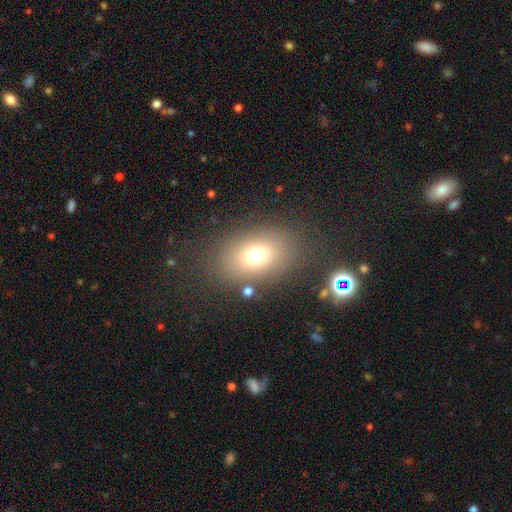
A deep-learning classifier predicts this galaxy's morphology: Q: Smooth or featured?
A: smooth (71%); runner-up: star or artifact (16%)
Q: How rounded?
A: in between (68%); runner-up: round (31%)
Q: Merging?
A: none (79%); runner-up: minor disturbance (10%)